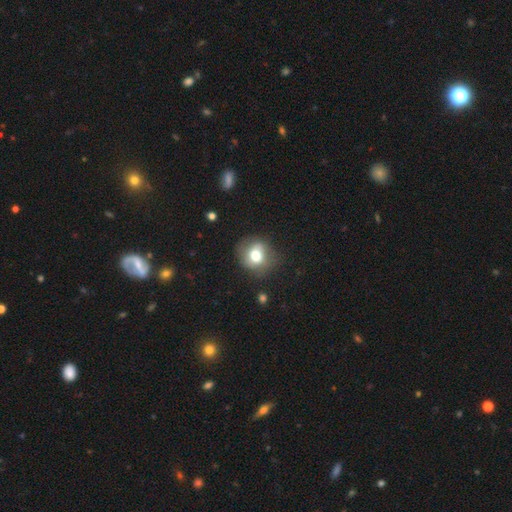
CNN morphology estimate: Smooth or featured: smooth — 70% (featured or disk — 20%)
How rounded: round — 77% (in between — 22%)
Merging: none — 70% (minor disturbance — 20%)